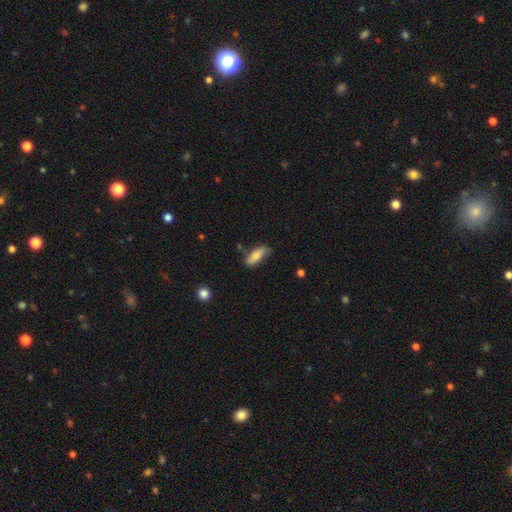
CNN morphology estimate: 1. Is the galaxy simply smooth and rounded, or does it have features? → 74% smooth, 20% featured or disk, 6% star or artifact.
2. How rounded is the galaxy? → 68% in between, 30% cigar-shaped, 2% round.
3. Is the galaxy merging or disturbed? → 68% none, 24% minor disturbance, 5% major disturbance, 3% merger.